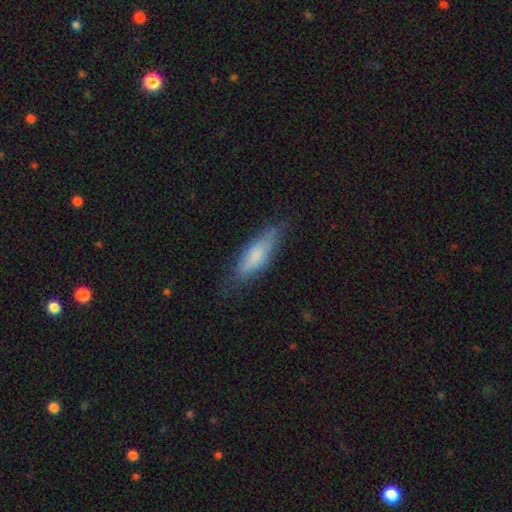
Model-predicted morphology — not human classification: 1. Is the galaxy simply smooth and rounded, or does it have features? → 71% smooth, 23% featured or disk, 6% star or artifact.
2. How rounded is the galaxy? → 55% cigar-shaped, 43% in between, 2% round.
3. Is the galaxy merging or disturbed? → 73% none, 20% minor disturbance, 5% major disturbance, 1% merger.